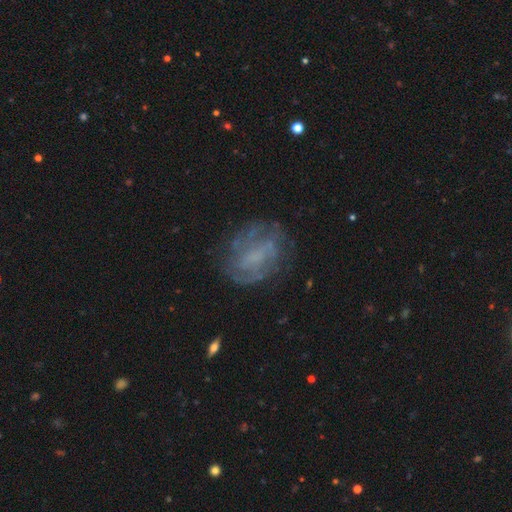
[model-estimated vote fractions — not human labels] Smooth or featured: featured or disk — 67% (smooth — 21%)
Edge-on disk: no — 97% (yes — 3%)
Bar: no — 48% (weak — 39%)
Spiral arms: yes — 70% (no — 30%)
Bulge size: none — 54% (small — 25%)
Merging: none — 68% (minor disturbance — 18%)